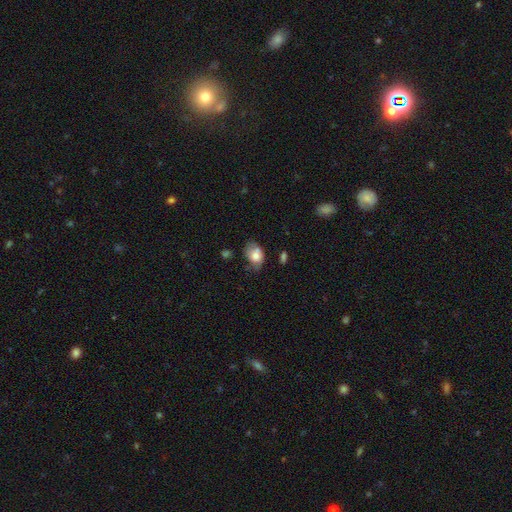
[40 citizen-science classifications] Smooth or featured? 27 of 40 (68%) said smooth. How rounded? 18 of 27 (67%) said in between. Merging? 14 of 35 (40%) said none.